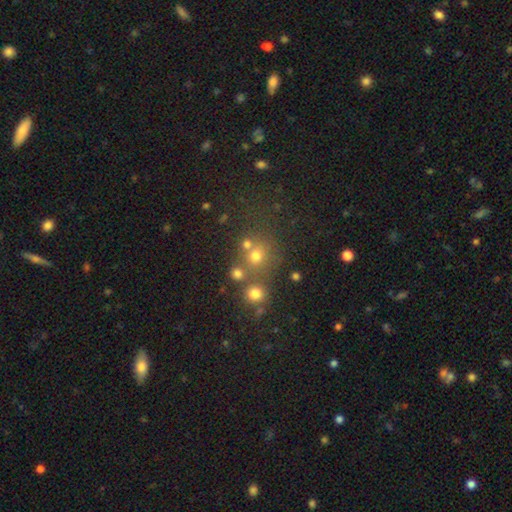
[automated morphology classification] Smooth or featured? Predicted: smooth (p=0.63). How rounded? Predicted: round (p=0.84). Merging? Predicted: none (p=0.61).